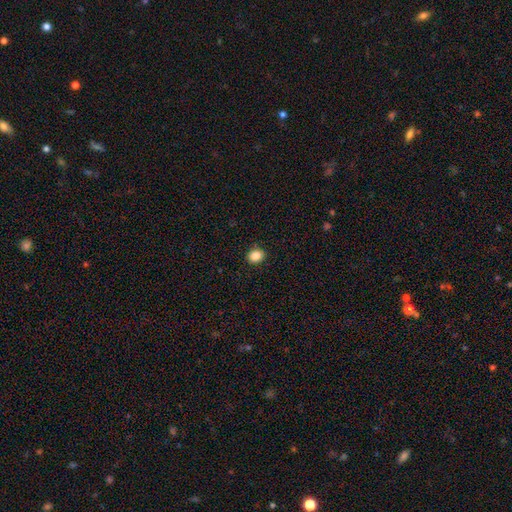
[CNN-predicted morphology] A smooth galaxy with no disk features (86%) that is round (60%). Merging: none (91%).